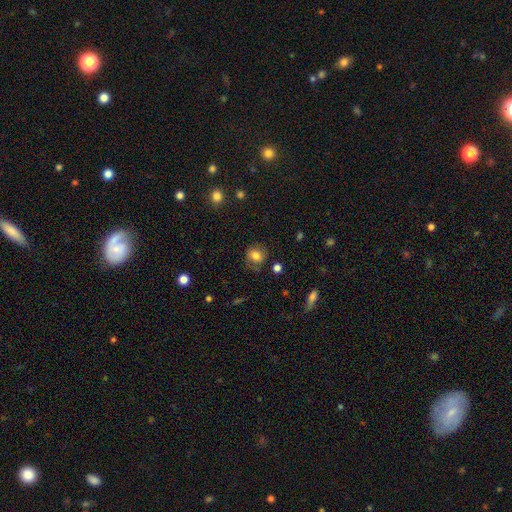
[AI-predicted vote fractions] smooth_or_featured: smooth (p=0.72) [alt: featured or disk p=0.17]
how_rounded: round (p=0.76) [alt: in between p=0.23]
merging: none (p=0.70) [alt: minor disturbance p=0.19]